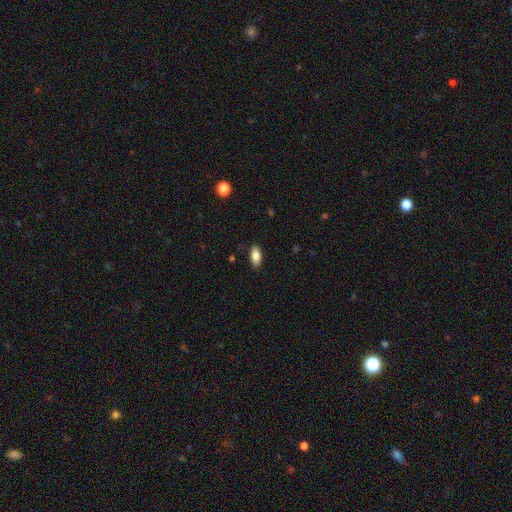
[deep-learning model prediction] smooth-or-featured: smooth: 84% | featured or disk: 8% | star or artifact: 7%
  how-rounded: in between: 90% | cigar-shaped: 7% | round: 3%
  merging: none: 87% | minor disturbance: 10% | major disturbance: 2% | merger: 1%